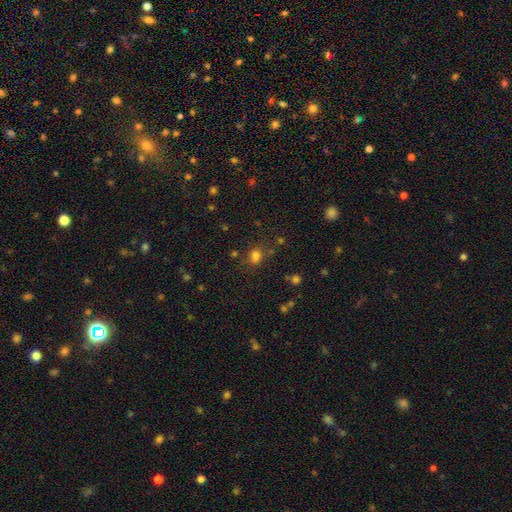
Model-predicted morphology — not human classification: The model was most divided on "how rounded": round: 66%, in between: 33%, cigar-shaped: 1%. More confident: smooth or featured — smooth (72%); merging — none (67%).